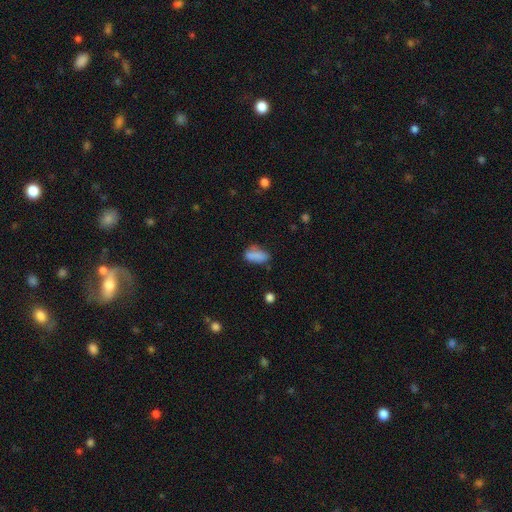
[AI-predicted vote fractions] The model was most divided on "merging": none: 56%, minor disturbance: 26%, major disturbance: 10%, merger: 9%. More confident: how rounded — in between (85%); smooth or featured — smooth (80%).